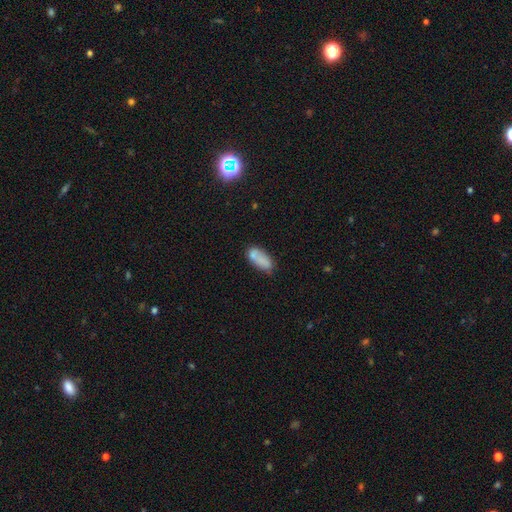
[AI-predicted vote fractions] This is likely a smooth galaxy (77%). How rounded: clearly in between (87%). Merging: possibly none (52%).